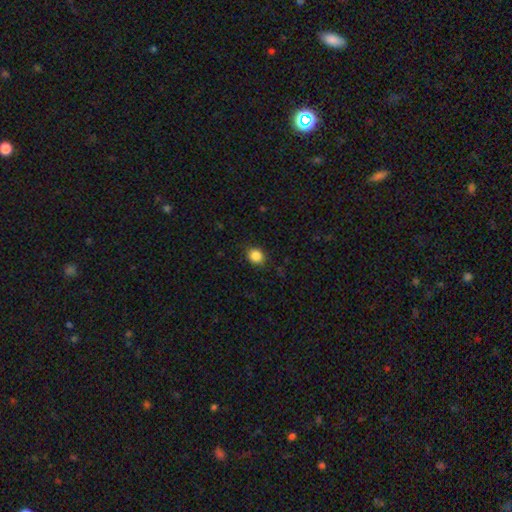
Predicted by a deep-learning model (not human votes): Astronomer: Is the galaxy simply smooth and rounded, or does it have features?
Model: smooth — 86%.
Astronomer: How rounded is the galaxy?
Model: round — 76%.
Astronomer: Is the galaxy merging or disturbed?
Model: none — 86%.